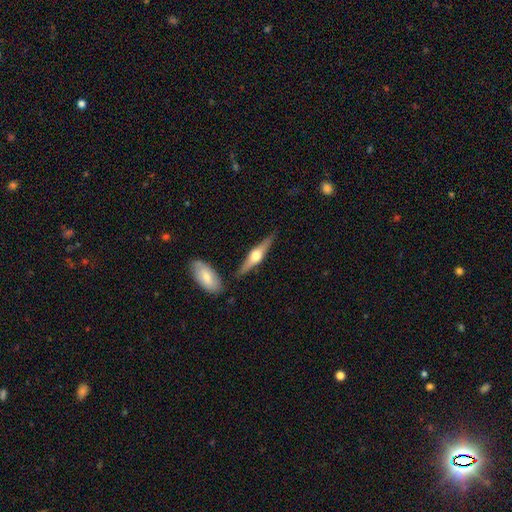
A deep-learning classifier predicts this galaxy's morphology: Smooth or featured: featured or disk — 69% (smooth — 26%)
Edge-on disk: yes — 96% (no — 4%)
Edge-on bulge: rounded — 94% (boxy — 4%)
Merging: none — 82% (minor disturbance — 10%)